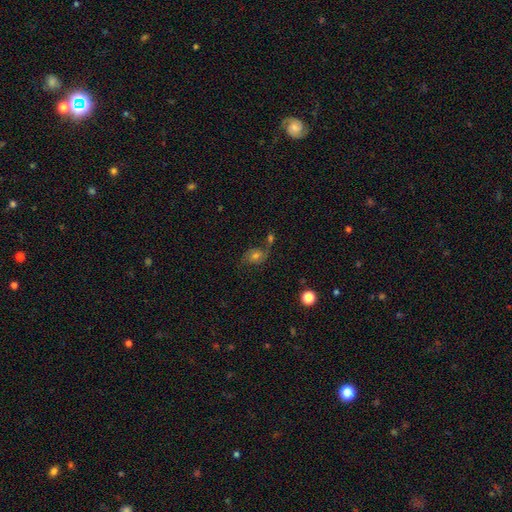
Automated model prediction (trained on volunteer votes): Smooth or featured: featured or disk — 50% (smooth — 33%)
Merging: none — 51% (merger — 18%)